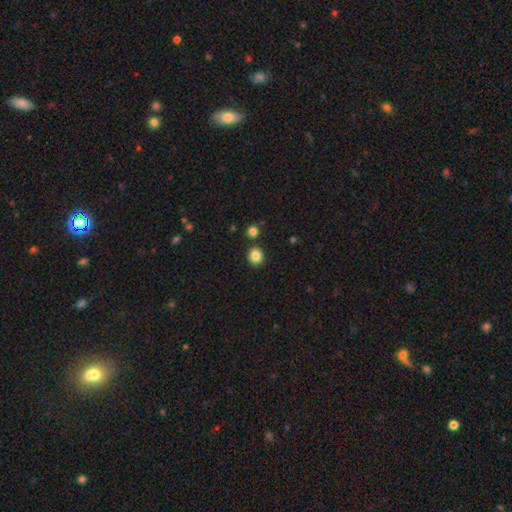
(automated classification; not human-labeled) smooth_or_featured: smooth (p=0.85) [alt: star or artifact p=0.10]
how_rounded: round (p=0.82) [alt: in between p=0.17]
merging: none (p=0.85) [alt: minor disturbance p=0.07]